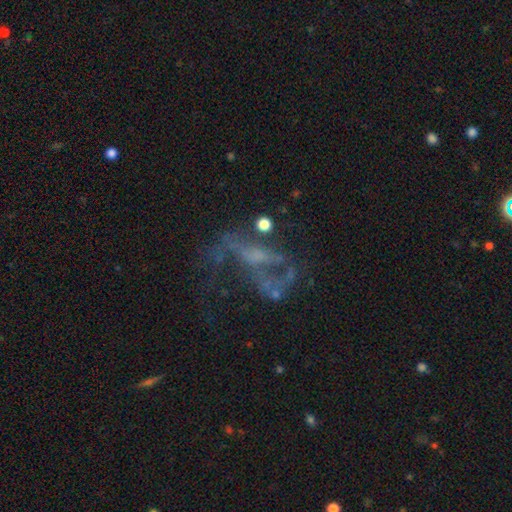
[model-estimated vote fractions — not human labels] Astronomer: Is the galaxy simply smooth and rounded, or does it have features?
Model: featured or disk — 67%.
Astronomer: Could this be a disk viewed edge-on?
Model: no — 94%.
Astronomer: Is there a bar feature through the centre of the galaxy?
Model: no — 57%.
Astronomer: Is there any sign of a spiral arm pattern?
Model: no — 55% (runner-up: yes, 45%).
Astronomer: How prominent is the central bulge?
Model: none — 52% (runner-up: small, 29%).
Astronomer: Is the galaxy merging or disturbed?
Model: major disturbance — 42% (runner-up: none, 35%).